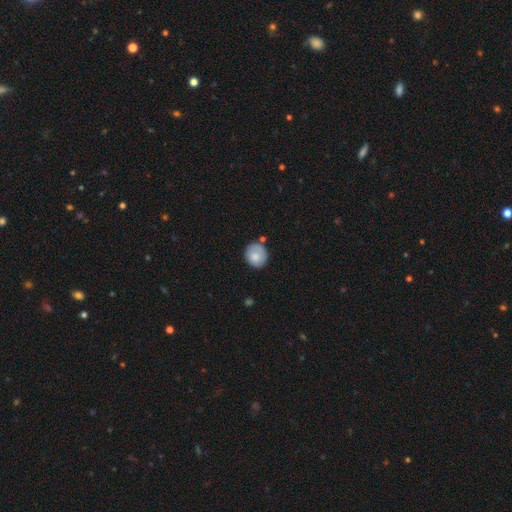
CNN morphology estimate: smooth 79%, featured or disk 13%, star or artifact 7%. Down the decision tree: how rounded — round (74%); merging — none (71%).